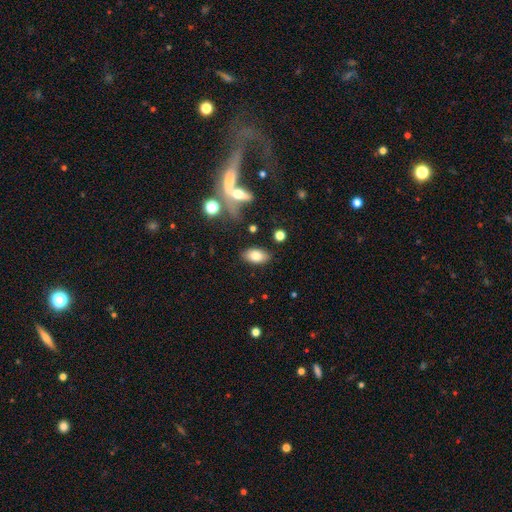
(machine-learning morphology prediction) A smooth galaxy with no disk features (77%) that is in between round and cigar-shaped (91%). Merging: none (82%).